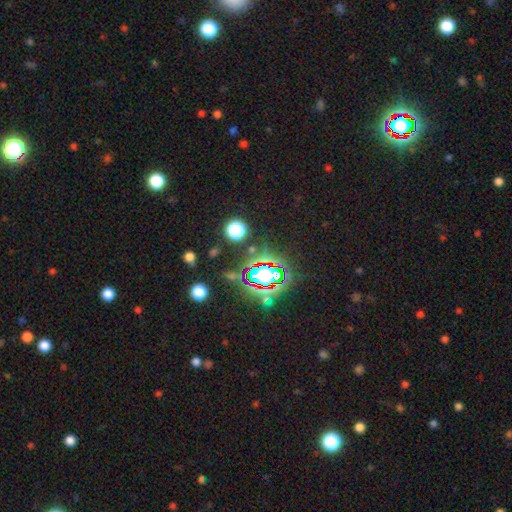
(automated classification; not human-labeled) smooth_or_featured: star or artifact (p=0.77) [alt: smooth p=0.14]